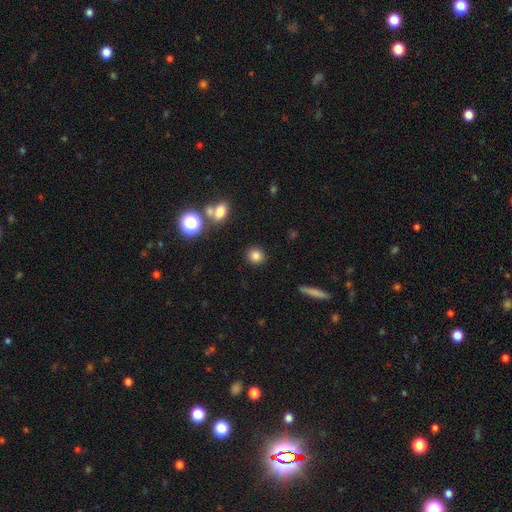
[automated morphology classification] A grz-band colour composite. It shows a smooth galaxy with no disk features (82%) that is round (84%). Merging: none (89%).